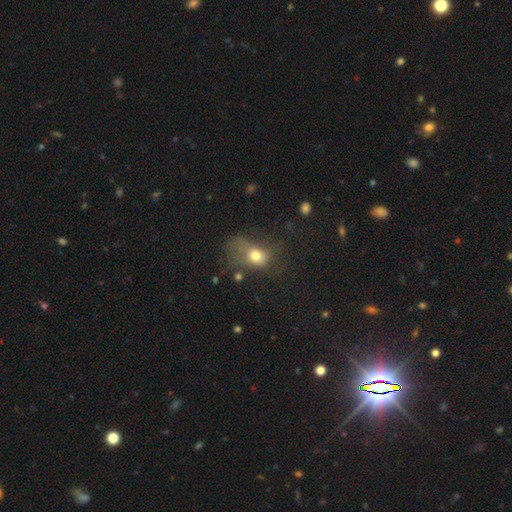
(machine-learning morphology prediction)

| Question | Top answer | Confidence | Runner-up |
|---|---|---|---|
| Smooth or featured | smooth | 70% | featured or disk (18%) |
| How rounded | in between | 59% | round (39%) |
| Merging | major disturbance | 50% | none (24%) |